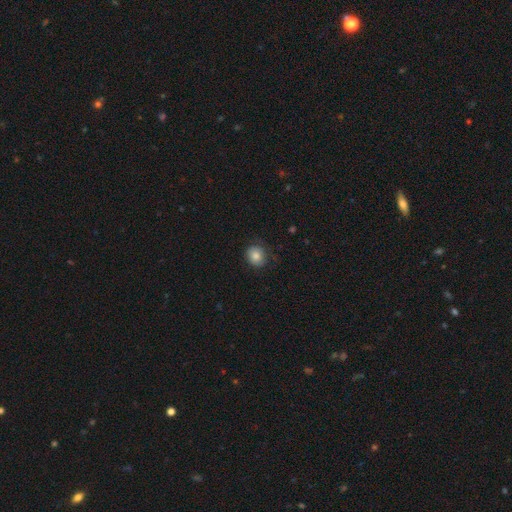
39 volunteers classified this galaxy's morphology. Overall: smooth (90%). How rounded: round (86%). Merging: none (84%).